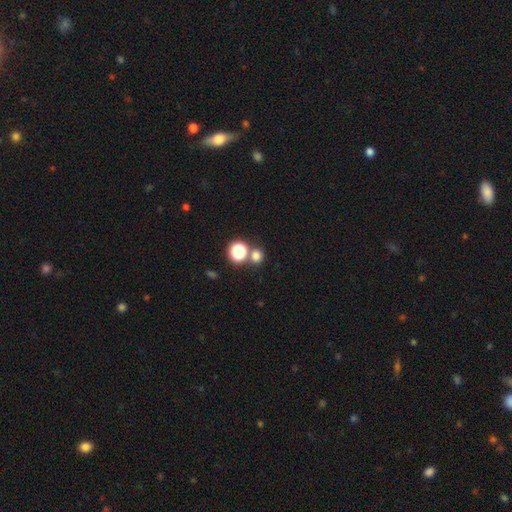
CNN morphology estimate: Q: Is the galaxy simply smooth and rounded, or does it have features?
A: smooth — 72%.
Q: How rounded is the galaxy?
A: round — 81%.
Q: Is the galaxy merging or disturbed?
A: none — 65%.